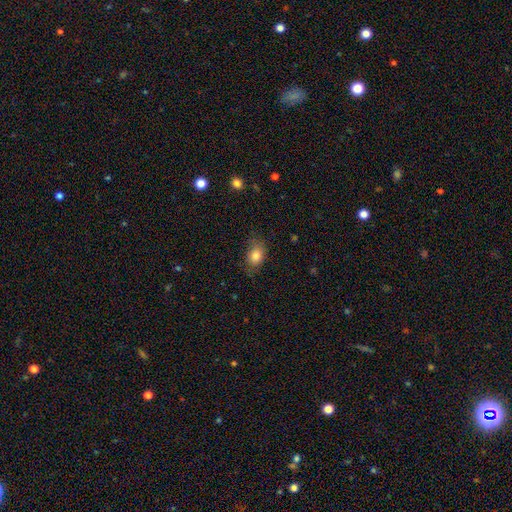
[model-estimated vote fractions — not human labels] Overall: smooth (82%). How rounded: in between (74%). Merging: none (71%).